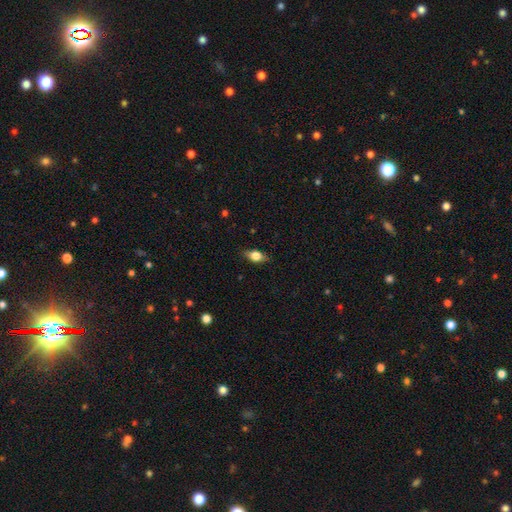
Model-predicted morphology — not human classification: The model was most divided on "smooth or featured": smooth: 67%, featured or disk: 25%, star or artifact: 9%. More confident: merging — none (82%); how rounded — in between (78%).